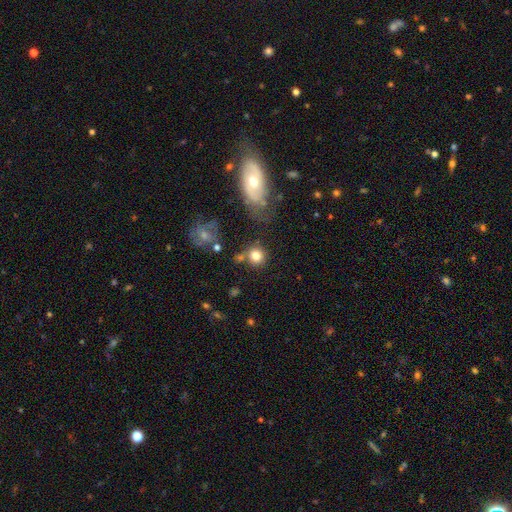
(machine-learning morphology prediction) This appears to be a smooth galaxy with no disk features (80%) that is round (89%). Merging: none (69%).